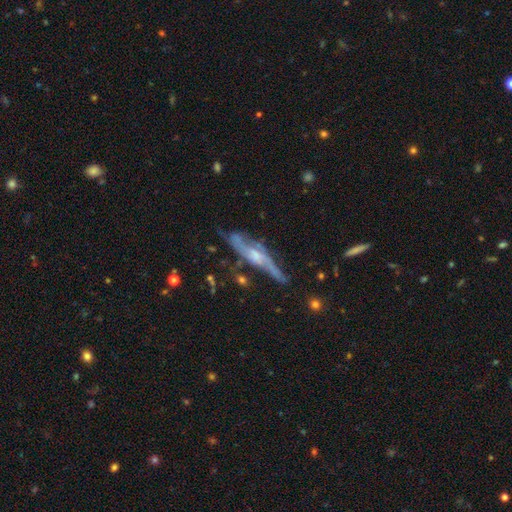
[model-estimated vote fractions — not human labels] Smooth or featured? featured or disk (76%)
Edge-on disk? yes (65%)
Merging? none (61%)